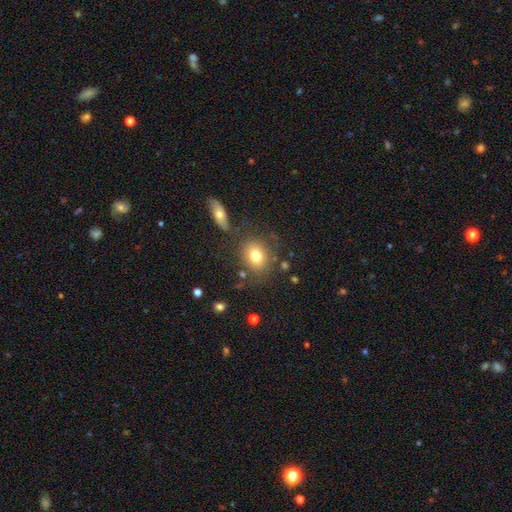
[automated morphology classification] type=smooth (78%); roundness=round (57%); merging=none (75%).